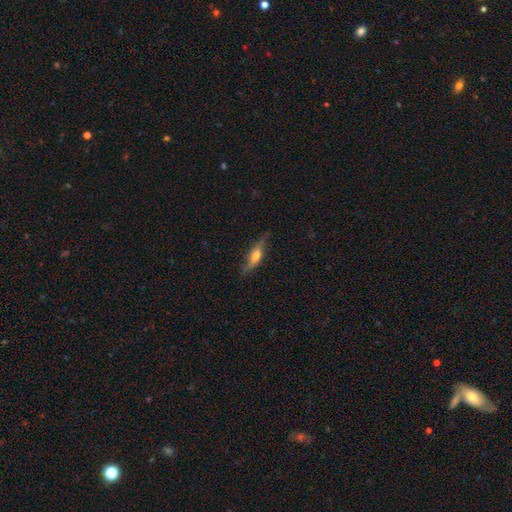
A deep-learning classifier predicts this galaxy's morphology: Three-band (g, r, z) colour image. It shows a featured or disk galaxy (54%) viewed edge-on (76%). Merging: none (70%).